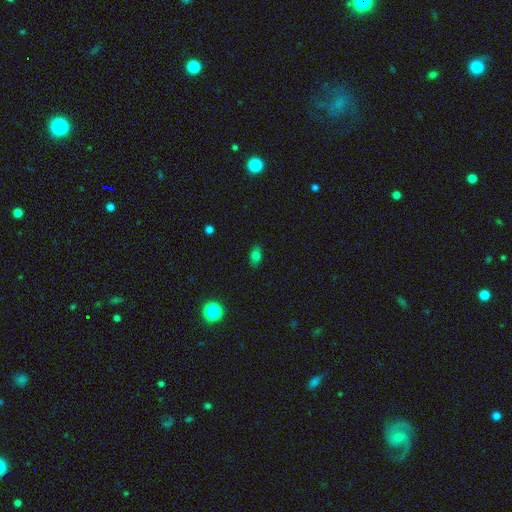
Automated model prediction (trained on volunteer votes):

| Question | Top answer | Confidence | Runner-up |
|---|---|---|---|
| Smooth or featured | smooth | 75% | star or artifact (15%) |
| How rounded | in between | 84% | round (13%) |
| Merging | none | 84% | minor disturbance (12%) |